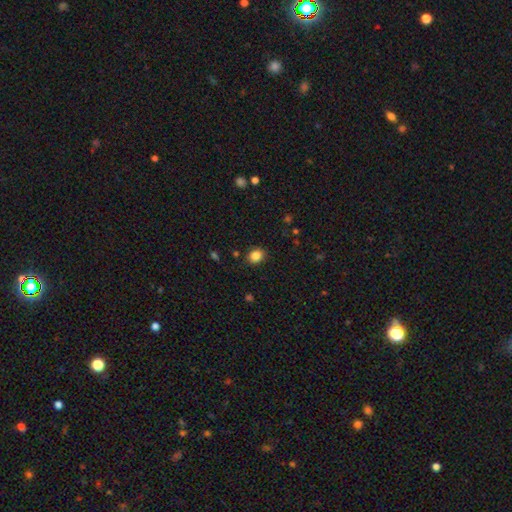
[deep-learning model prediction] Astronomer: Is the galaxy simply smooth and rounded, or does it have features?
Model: smooth — 85%.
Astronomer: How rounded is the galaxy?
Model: round — 58% (runner-up: in between, 41%).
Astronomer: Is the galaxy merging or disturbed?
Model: none — 86%.